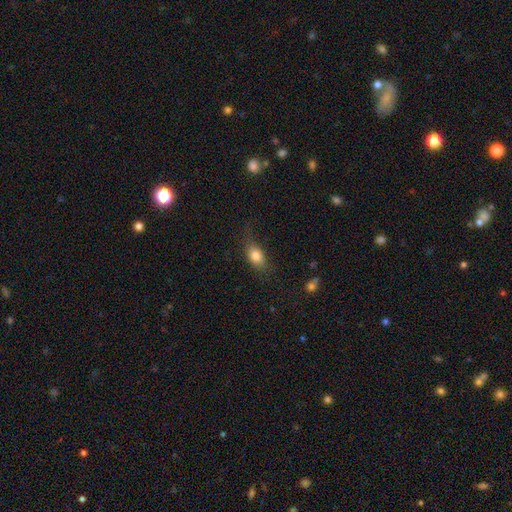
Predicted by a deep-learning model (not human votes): A smooth galaxy with no disk features (80%) that is in between round and cigar-shaped (80%). Merging: none (66%).